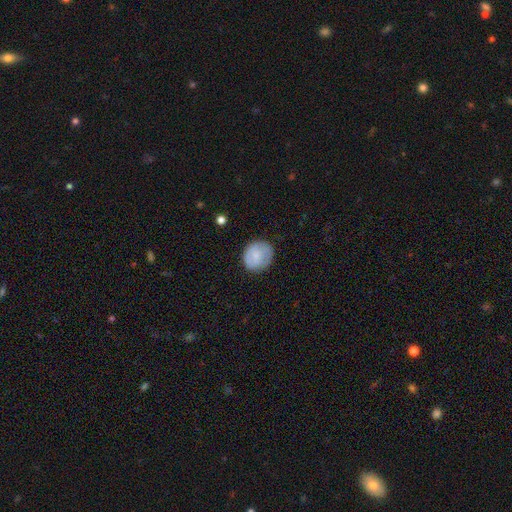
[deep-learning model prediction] Smooth or featured: smooth — 76% (featured or disk — 17%)
How rounded: round — 74% (in between — 25%)
Merging: none — 76% (minor disturbance — 17%)